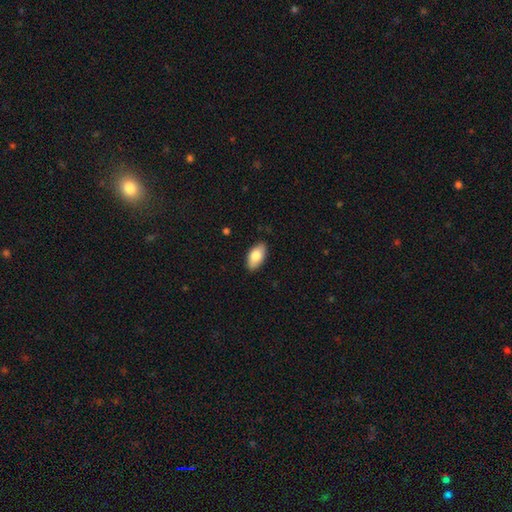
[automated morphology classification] The model was most divided on "smooth or featured": smooth: 81%, featured or disk: 13%, star or artifact: 6%. More confident: how rounded — in between (93%); merging — none (86%).